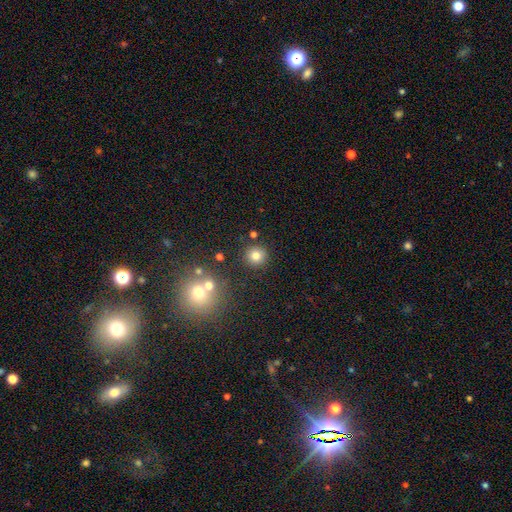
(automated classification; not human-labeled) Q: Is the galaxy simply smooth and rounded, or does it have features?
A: smooth — 78%.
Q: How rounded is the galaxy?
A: round — 94%.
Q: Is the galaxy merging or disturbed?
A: none — 86%.